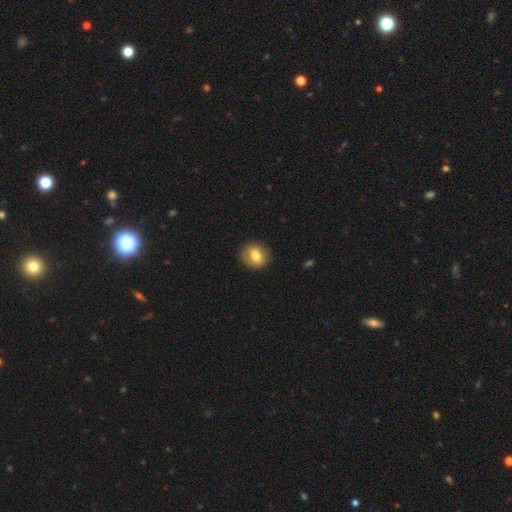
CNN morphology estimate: This appears to be a smooth galaxy with no disk features (76%) that is round (71%). Merging: none (86%).